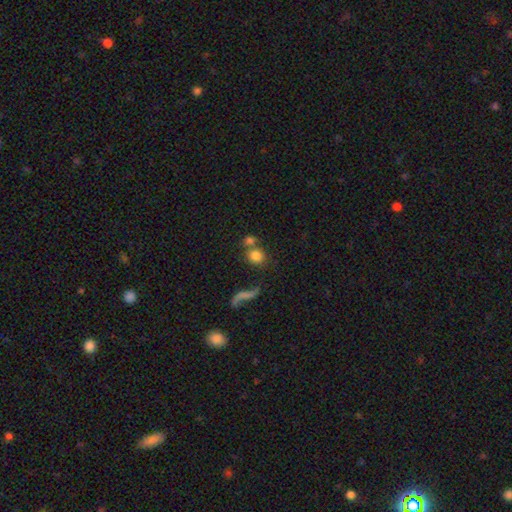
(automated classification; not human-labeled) Smooth or featured?
  - smooth: 77% *
  - featured or disk: 13%
  - star or artifact: 10%
How rounded?
  - round: 83% *
  - in between: 14%
  - cigar-shaped: 2%
Merging?
  - none: 50% *
  - merger: 33%
  - minor disturbance: 10%
  - major disturbance: 7%